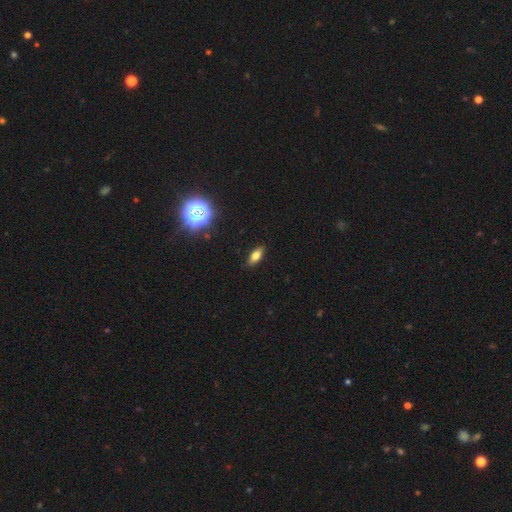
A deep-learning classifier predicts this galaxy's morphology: type=smooth (69%); roundness=in between (77%); merging=none (89%).